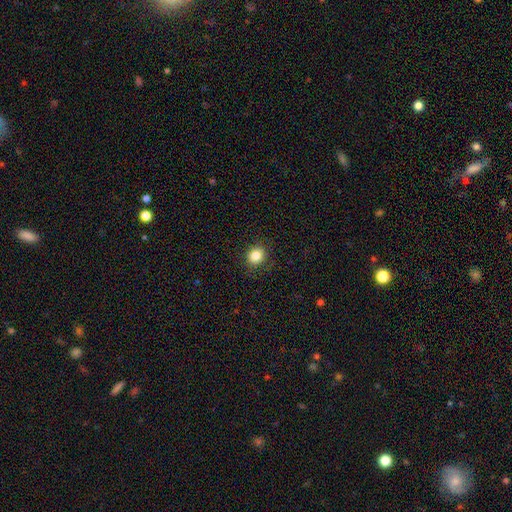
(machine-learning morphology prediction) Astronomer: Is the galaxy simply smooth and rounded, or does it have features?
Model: smooth — 85%.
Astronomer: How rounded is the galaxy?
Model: round — 80%.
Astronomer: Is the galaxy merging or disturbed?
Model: none — 88%.